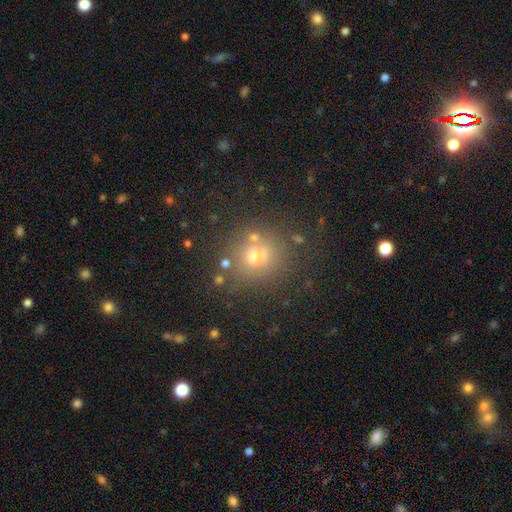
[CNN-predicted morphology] Overall: smooth (61%; star or artifact 22%). How rounded: round (82%). Merging: none (66%).